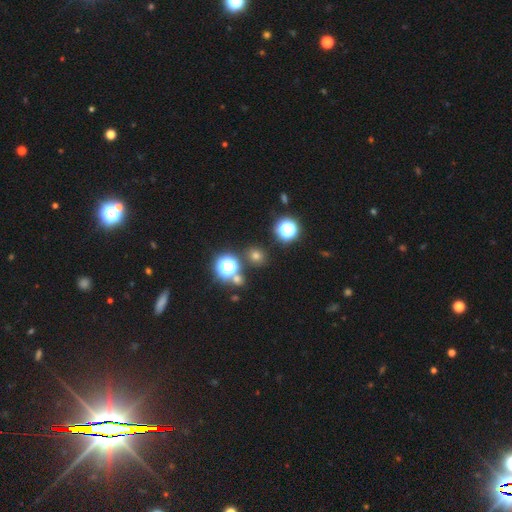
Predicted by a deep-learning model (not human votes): Smooth or featured? Predicted: smooth (p=0.65). How rounded? Predicted: round (p=0.82). Merging? Predicted: none (p=0.83).